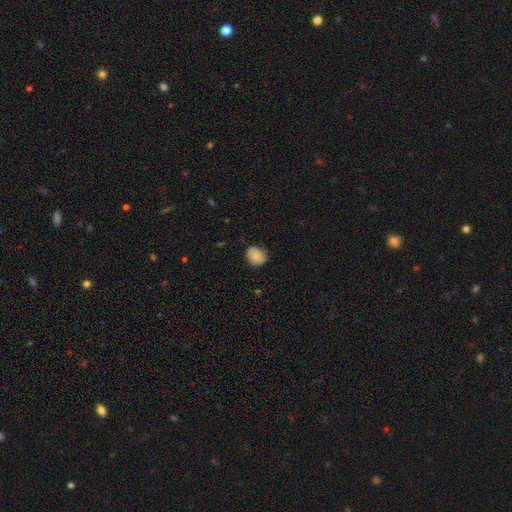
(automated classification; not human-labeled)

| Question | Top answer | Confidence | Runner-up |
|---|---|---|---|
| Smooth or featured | smooth | 84% | featured or disk (9%) |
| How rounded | round | 62% | in between (38%) |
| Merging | none | 72% | minor disturbance (23%) |